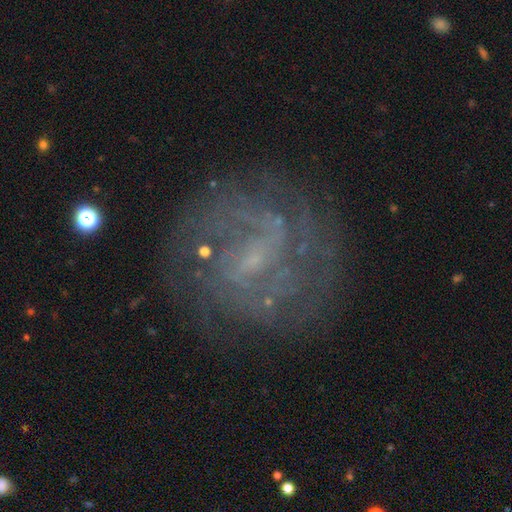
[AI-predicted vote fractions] smooth-or-featured: featured or disk: 77% | star or artifact: 11% | smooth: 11%
  disk-edge-on: no: 97% | yes: 3%
    bar: weak: 55% | no: 25% | strong: 20%
    has-spiral-arms: yes: 85% | no: 15%
      spiral-winding: tight: 43% | medium: 39% | loose: 18%
      spiral-arm-count: 2: 40% | can't tell: 36% | 3: 9% | 1: 6% | 4: 5% | more than 4: 5%
    bulge-size: small: 65% | none: 23% | moderate: 11% | large: 1% | dominant: 1%
  merging: none: 76% | minor disturbance: 13% | major disturbance: 9% | merger: 2%